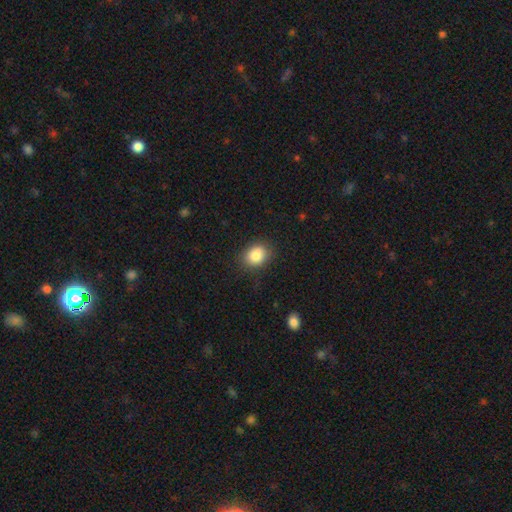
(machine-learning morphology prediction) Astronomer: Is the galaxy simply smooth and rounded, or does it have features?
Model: smooth — 85%.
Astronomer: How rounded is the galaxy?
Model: in between — 53% (runner-up: round, 46%).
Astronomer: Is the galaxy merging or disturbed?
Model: none — 82%.